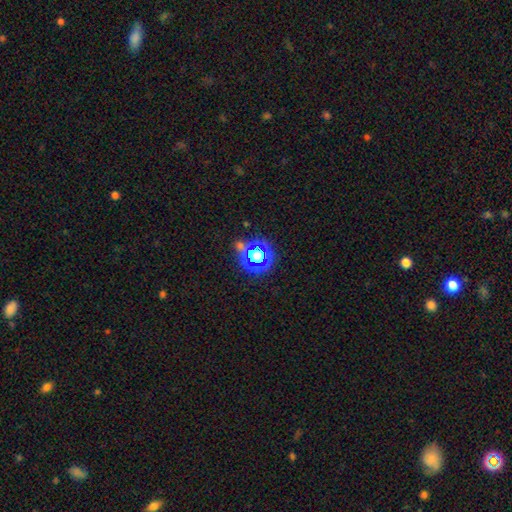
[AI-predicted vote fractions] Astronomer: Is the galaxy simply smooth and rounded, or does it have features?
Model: star or artifact — 65%.